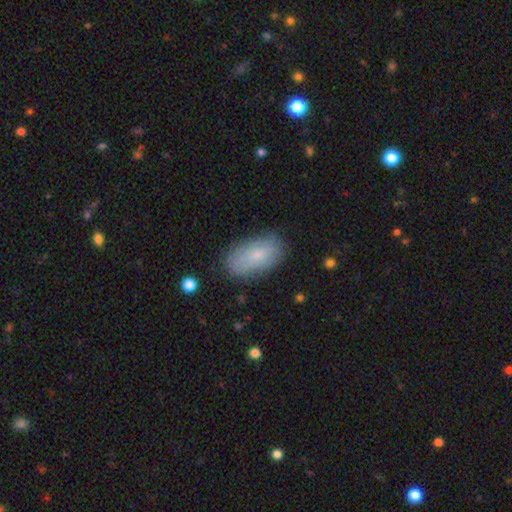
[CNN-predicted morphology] smooth_or_featured: smooth (p=0.78) [alt: featured or disk p=0.15]
how_rounded: in between (p=0.94) [alt: round p=0.03]
merging: none (p=0.81) [alt: minor disturbance p=0.15]